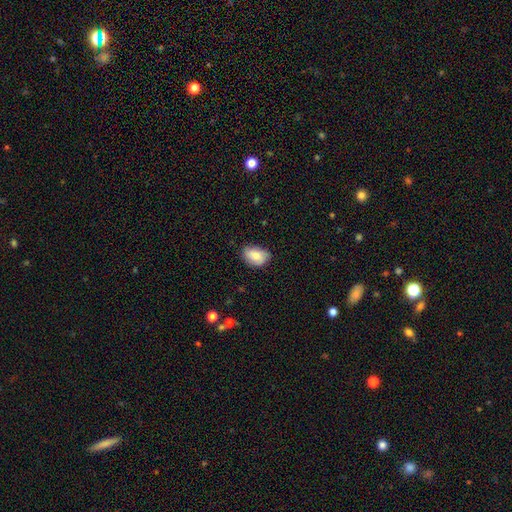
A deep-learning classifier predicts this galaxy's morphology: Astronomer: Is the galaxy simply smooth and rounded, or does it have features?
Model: smooth — 78%.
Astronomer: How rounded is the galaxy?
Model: in between — 80%.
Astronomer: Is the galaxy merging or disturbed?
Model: none — 69%.